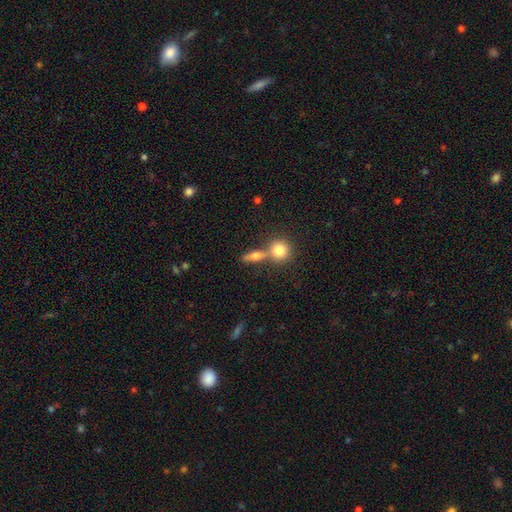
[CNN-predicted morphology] Smooth or featured: smooth — 64% (featured or disk — 26%)
How rounded: in between — 46% (cigar-shaped — 30%)
Merging: none — 56% (merger — 30%)